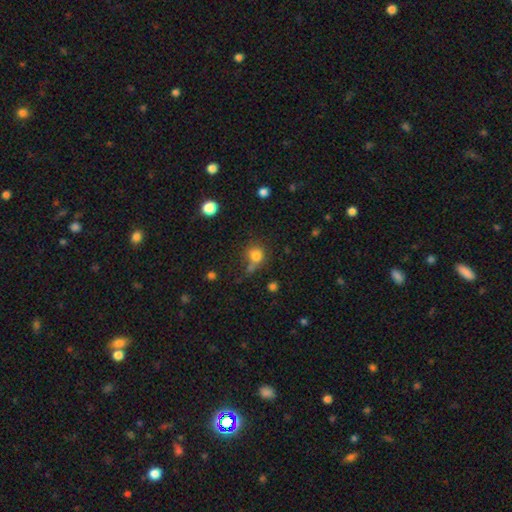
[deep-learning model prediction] This appears to be a smooth galaxy with no disk features (79%) that is round (80%). Merging: none (52%).